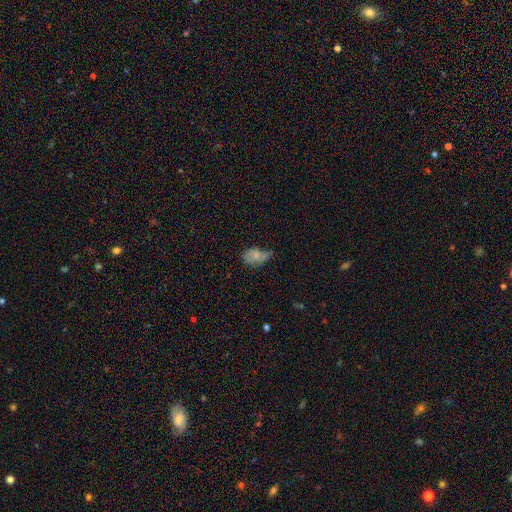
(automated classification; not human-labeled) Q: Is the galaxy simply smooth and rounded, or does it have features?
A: smooth — 64%.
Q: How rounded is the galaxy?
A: in between — 87%.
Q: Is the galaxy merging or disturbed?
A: minor disturbance — 41%.